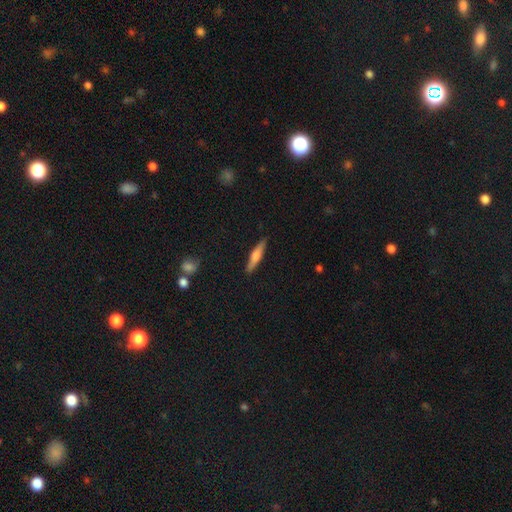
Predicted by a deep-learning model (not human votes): Smooth or featured? Predicted: smooth (p=0.53). How rounded? Predicted: cigar-shaped (p=0.86). Merging? Predicted: none (p=0.88).